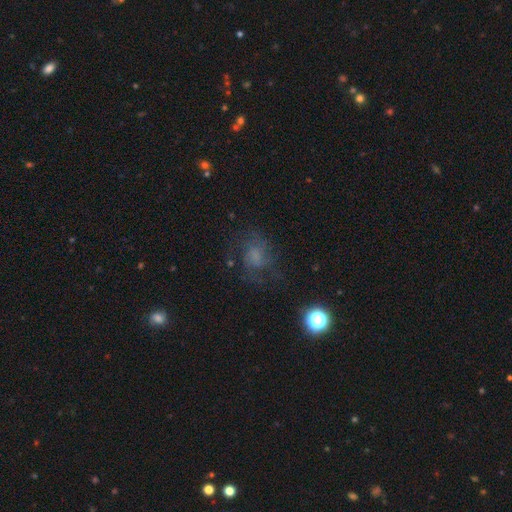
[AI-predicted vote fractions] Smooth or featured? featured or disk (47%)
Merging? none (60%)